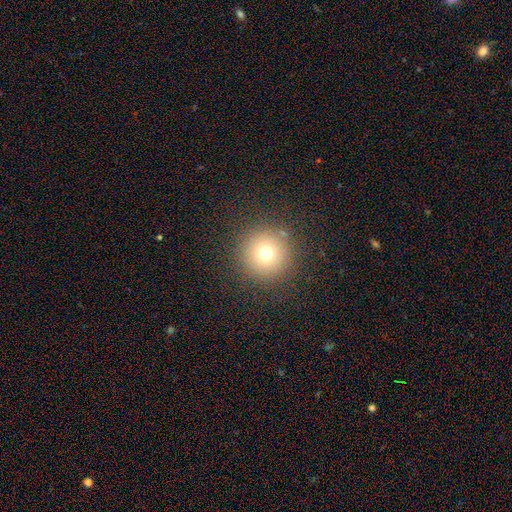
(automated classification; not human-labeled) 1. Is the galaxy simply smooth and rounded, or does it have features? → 72% smooth, 18% star or artifact, 9% featured or disk.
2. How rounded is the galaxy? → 96% round, 3% in between, 1% cigar-shaped.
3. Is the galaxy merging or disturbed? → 92% none, 5% minor disturbance, 2% major disturbance, 1% merger.